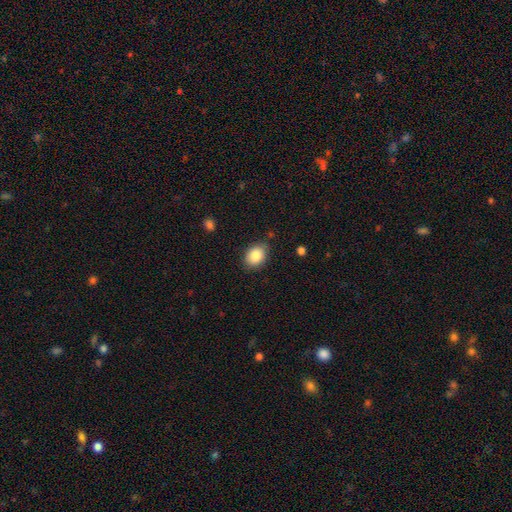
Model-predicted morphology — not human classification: type=smooth (85%); roundness=in between (63%); merging=none (82%).